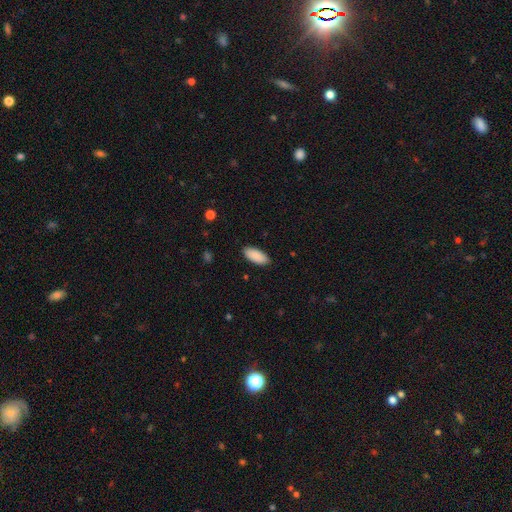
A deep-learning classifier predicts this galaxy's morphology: smooth 91%, star or artifact 6%, featured or disk 3%. Down the decision tree: how rounded — in between (89%); merging — none (89%).